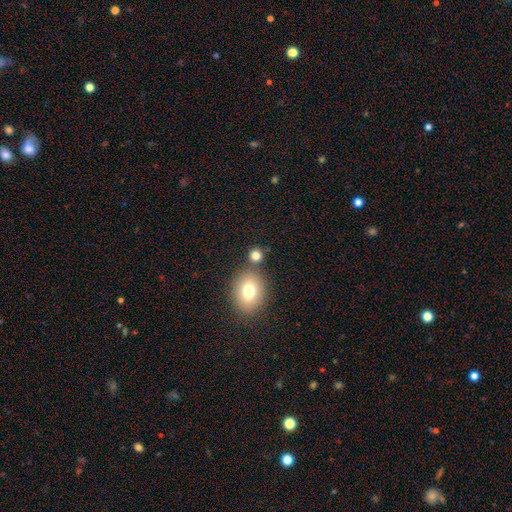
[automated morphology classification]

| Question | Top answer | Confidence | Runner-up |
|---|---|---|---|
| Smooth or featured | smooth | 81% | star or artifact (11%) |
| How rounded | round | 78% | in between (20%) |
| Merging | none | 71% | merger (16%) |